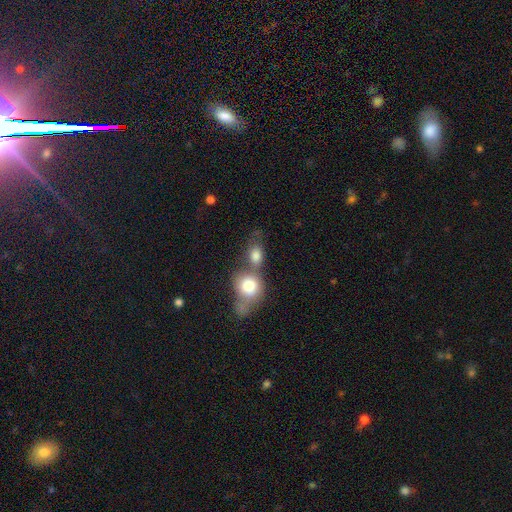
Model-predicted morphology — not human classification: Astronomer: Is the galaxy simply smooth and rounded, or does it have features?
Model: smooth — 79%.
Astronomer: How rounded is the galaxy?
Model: in between — 58% (runner-up: round, 40%).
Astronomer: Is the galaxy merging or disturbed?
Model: merger — 57%.